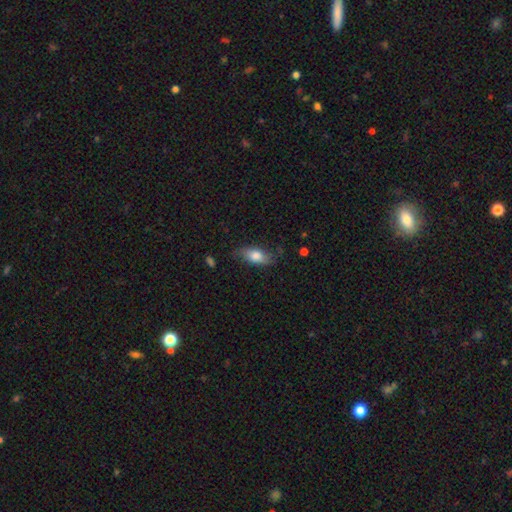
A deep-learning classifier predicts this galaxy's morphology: Smooth or featured? Predicted: smooth (p=0.75). How rounded? Predicted: in between (p=0.83). Merging? Predicted: none (p=0.70).